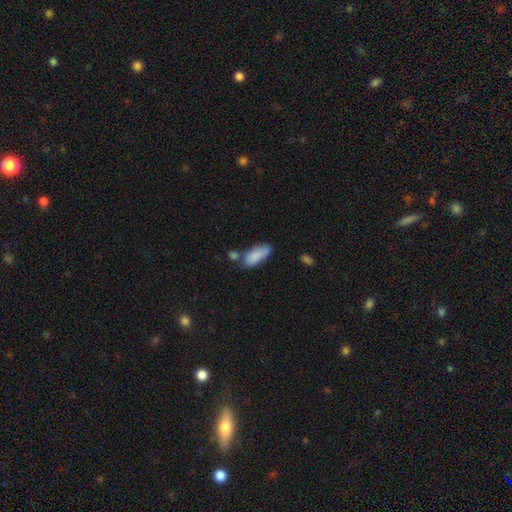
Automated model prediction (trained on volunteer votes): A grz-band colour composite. It shows a smooth galaxy with no disk features (85%) that is in between round and cigar-shaped (80%). Merging: none (51%).